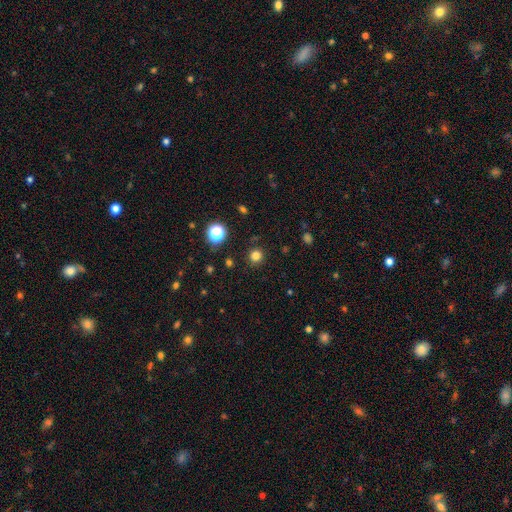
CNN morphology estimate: Smooth or featured? Predicted: smooth (p=0.80). How rounded? Predicted: round (p=0.94). Merging? Predicted: none (p=0.91).